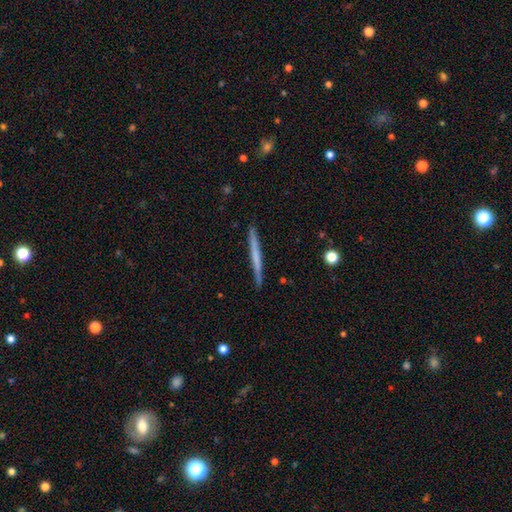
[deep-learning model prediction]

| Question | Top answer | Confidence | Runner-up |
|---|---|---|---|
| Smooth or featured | smooth | 51% | featured or disk (44%) |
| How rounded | cigar-shaped | 97% | in between (2%) |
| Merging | none | 90% | minor disturbance (7%) |